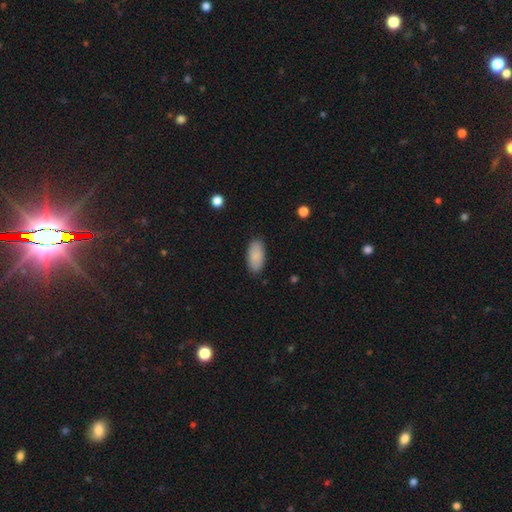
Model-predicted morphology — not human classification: Overall: smooth (89%). How rounded: in between (93%). Merging: none (88%).